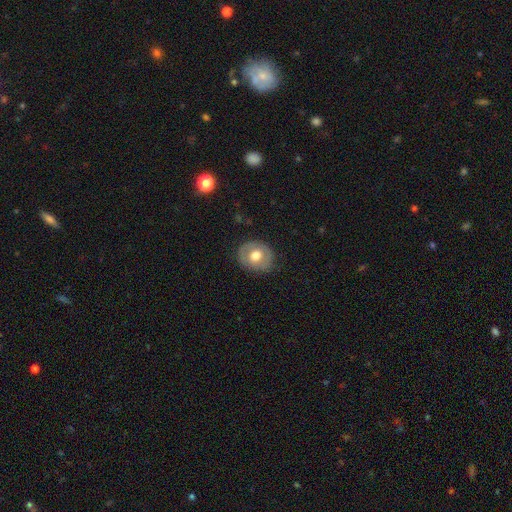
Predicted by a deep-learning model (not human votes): smooth-or-featured: smooth: 57% | featured or disk: 36% | star or artifact: 7%
  how-rounded: round: 71% | in between: 28% | cigar-shaped: 1%
  merging: none: 83% | minor disturbance: 13% | major disturbance: 4% | merger: 1%